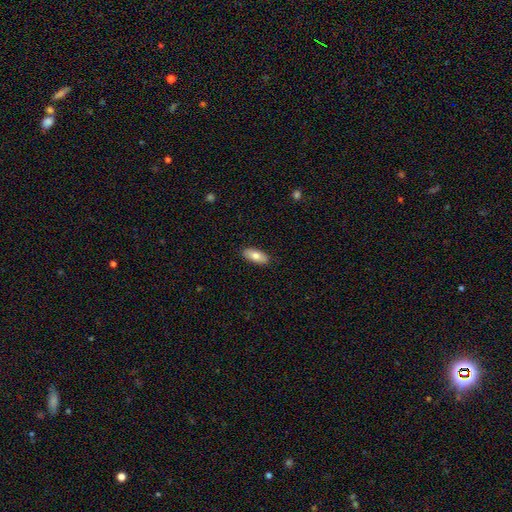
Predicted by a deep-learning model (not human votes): smooth 77%, featured or disk 17%, star or artifact 6%. Down the decision tree: how rounded — in between (85%); merging — none (89%).